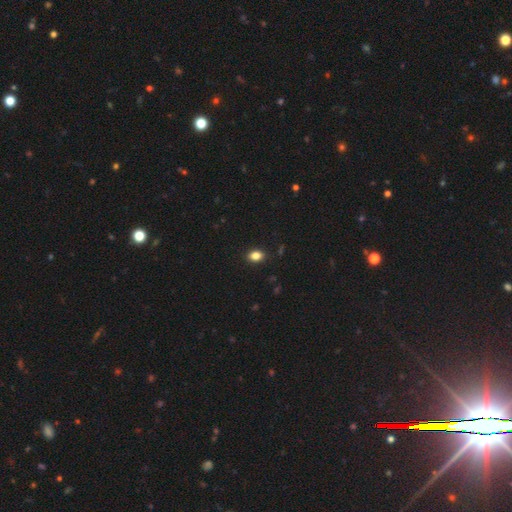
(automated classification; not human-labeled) smooth 84%, star or artifact 11%, featured or disk 5%. Down the decision tree: how rounded — in between (73%); merging — none (88%).